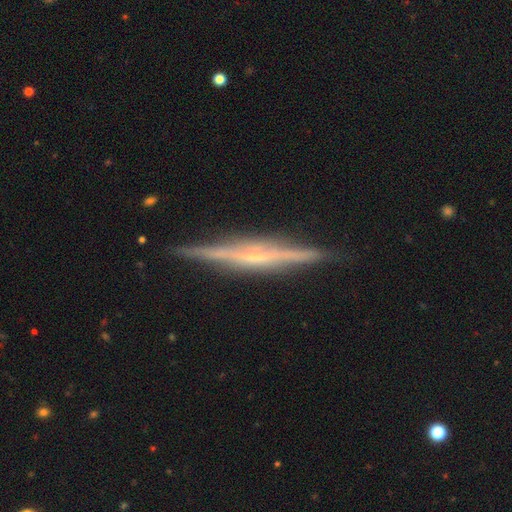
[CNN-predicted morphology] Q: Smooth or featured?
A: featured or disk (84%); runner-up: smooth (11%)
Q: Edge-on disk?
A: yes (98%); runner-up: no (2%)
Q: Edge-on bulge?
A: rounded (50%); runner-up: none (34%)
Q: Merging?
A: none (89%); runner-up: minor disturbance (8%)